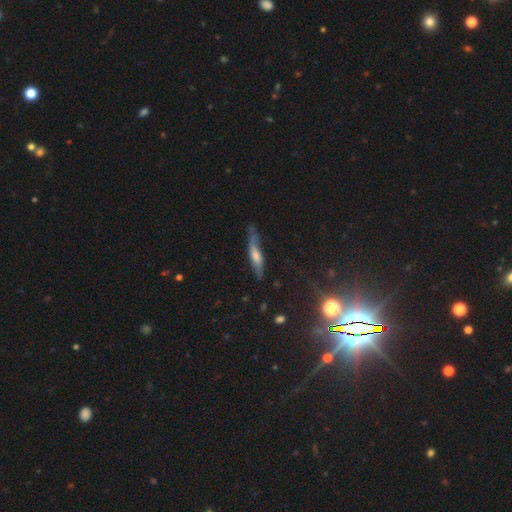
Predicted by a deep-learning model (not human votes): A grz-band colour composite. It shows a featured or disk galaxy (49%). Merging: none (65%).